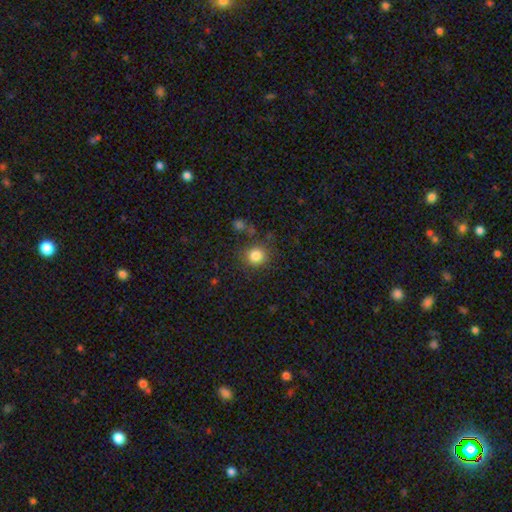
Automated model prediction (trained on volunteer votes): smooth_or_featured: smooth (p=0.83) [alt: star or artifact p=0.12]
how_rounded: round (p=0.90) [alt: in between p=0.09]
merging: none (p=0.82) [alt: minor disturbance p=0.10]